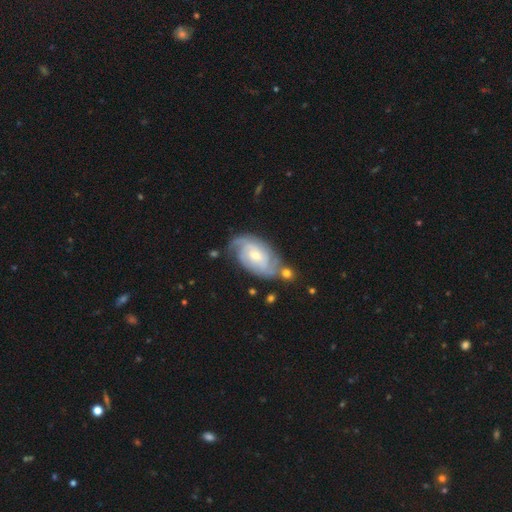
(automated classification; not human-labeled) This appears to be a featured or disk galaxy (82%) with no bar (61%), 2 (41%) tight (61%) spiral arms (95%) and a small central bulge (63%). Merging: none (65%).